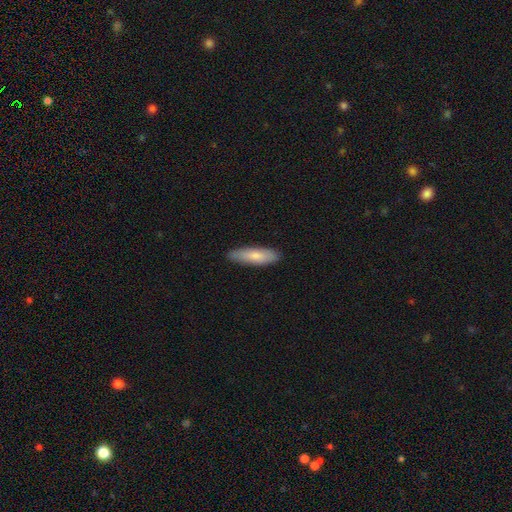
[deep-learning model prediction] Smooth or featured: smooth — 78% (featured or disk — 16%)
How rounded: cigar-shaped — 60% (in between — 39%)
Merging: none — 87% (minor disturbance — 11%)